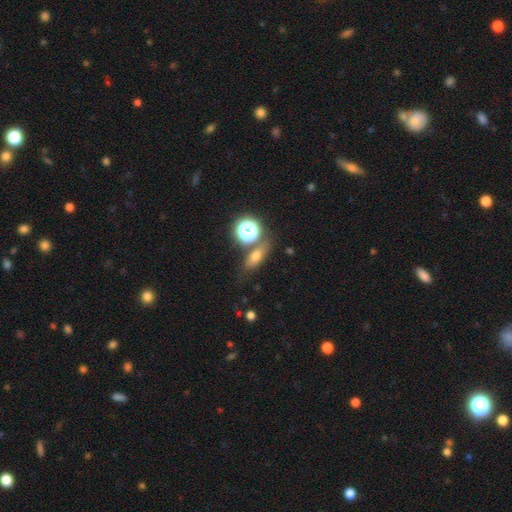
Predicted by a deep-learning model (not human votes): A smooth galaxy with no disk features (63%) that is in between round and cigar-shaped (59%).

Vote fractions:
- Smooth or featured? smooth: 63% / star or artifact: 20% / featured or disk: 17%
- How rounded? in between: 59% / round: 25% / cigar-shaped: 16%
- Merging? none: 71% / minor disturbance: 13% / merger: 11% / major disturbance: 5%